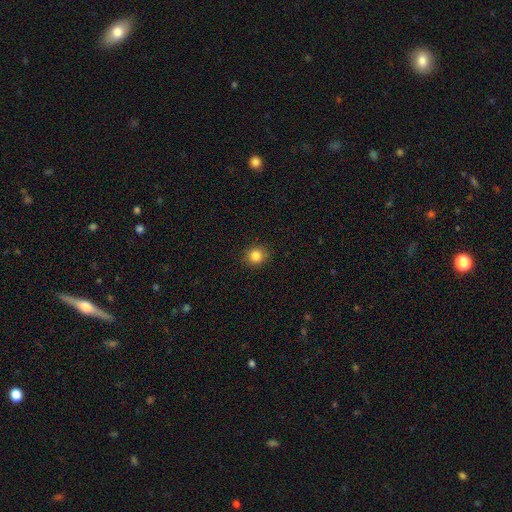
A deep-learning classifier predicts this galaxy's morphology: A smooth galaxy with no disk features (84%) that is round (87%). Merging: none (89%).